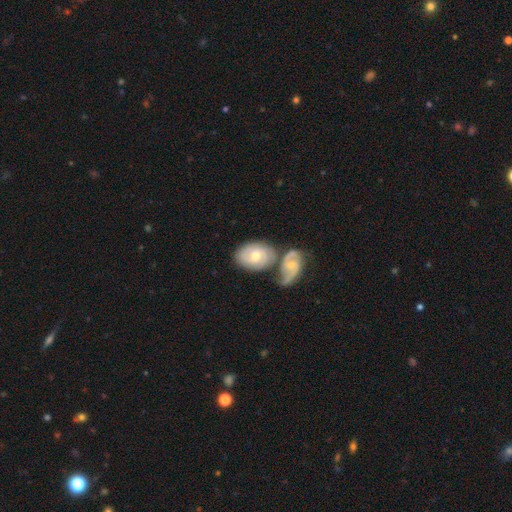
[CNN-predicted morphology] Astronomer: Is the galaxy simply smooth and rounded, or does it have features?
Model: featured or disk — 64%.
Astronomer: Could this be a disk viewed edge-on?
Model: no — 95%.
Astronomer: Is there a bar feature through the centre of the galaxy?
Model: no — 57% (runner-up: weak, 37%).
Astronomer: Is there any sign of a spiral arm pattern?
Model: yes — 87%.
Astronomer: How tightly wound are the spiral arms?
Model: tight — 50% (runner-up: medium, 37%).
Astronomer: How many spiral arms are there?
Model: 2 — 58%.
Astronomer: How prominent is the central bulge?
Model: moderate — 53% (runner-up: small, 43%).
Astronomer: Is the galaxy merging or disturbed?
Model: merger — 41% (runner-up: none, 39%).